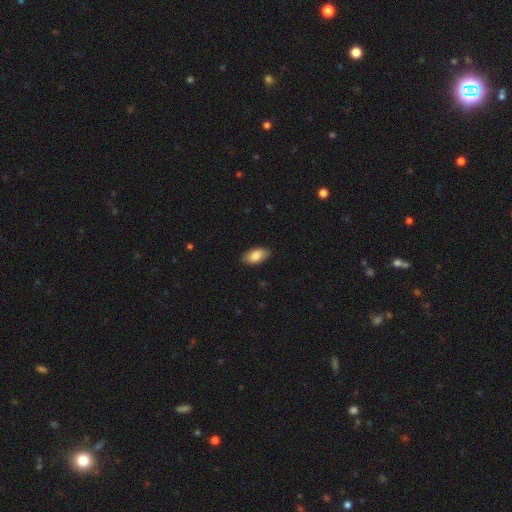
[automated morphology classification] Overall: smooth (85%). How rounded: in between (94%). Merging: none (86%).